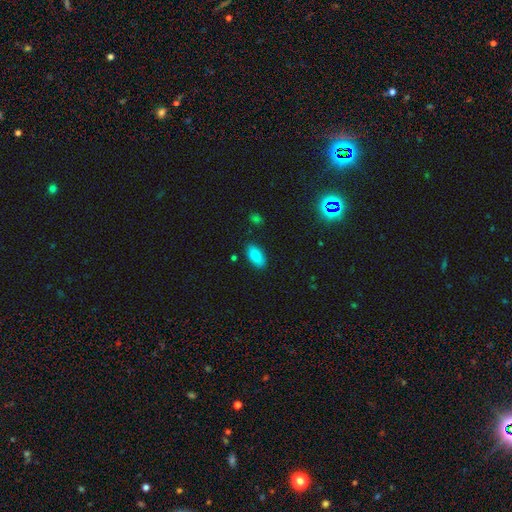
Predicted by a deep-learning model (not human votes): Smooth or featured? smooth (81%)
How rounded? in between (91%)
Merging? none (86%)